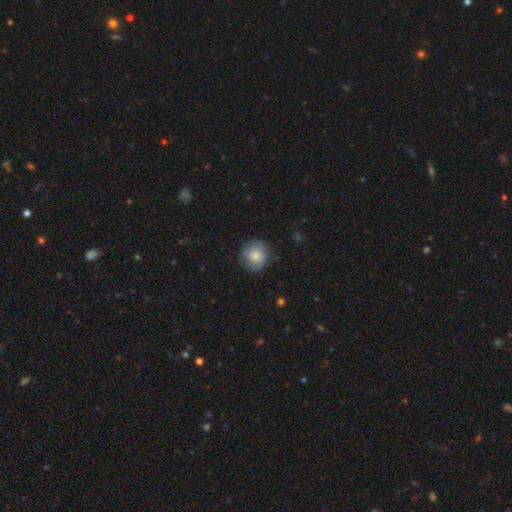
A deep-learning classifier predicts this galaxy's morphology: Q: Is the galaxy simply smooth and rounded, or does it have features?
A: smooth — 77%.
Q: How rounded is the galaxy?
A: round — 92%.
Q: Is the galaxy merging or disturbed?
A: none — 77%.